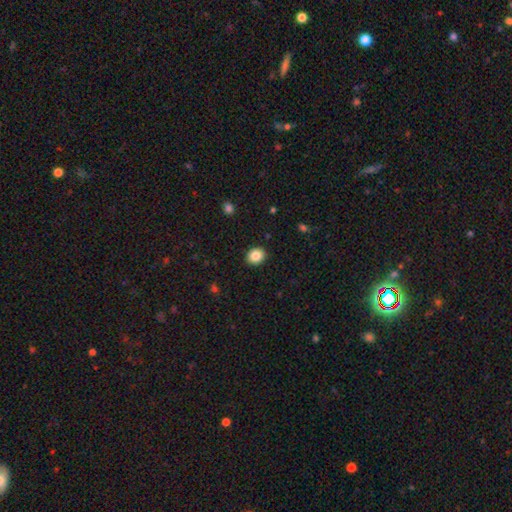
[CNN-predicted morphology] The model was most divided on "how rounded": round: 59%, in between: 41%, cigar-shaped: 1%. More confident: merging — none (91%); smooth or featured — smooth (86%).